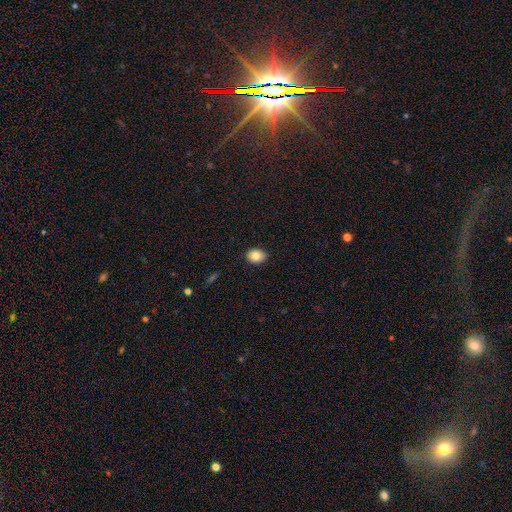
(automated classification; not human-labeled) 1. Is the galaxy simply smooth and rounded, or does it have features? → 83% smooth, 9% featured or disk, 8% star or artifact.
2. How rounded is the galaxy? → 61% in between, 38% round, 1% cigar-shaped.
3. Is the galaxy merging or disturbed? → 90% none, 7% minor disturbance, 2% major disturbance, 1% merger.